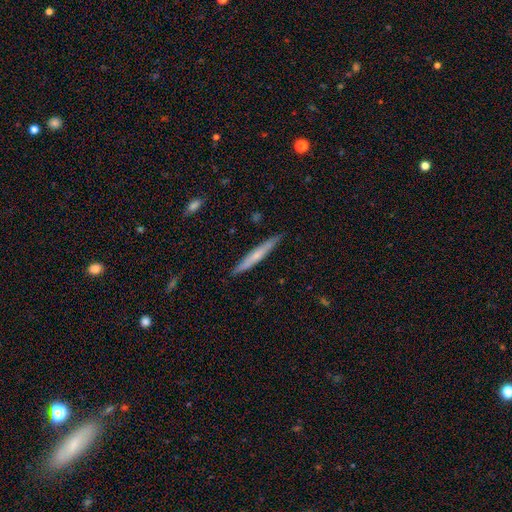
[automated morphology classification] A smooth galaxy with no disk features (51%) that is cigar-shaped (96%).

Vote fractions:
- Smooth or featured? smooth: 51% / featured or disk: 43% / star or artifact: 6%
- How rounded? cigar-shaped: 96% / in between: 3% / round: 1%
- Merging? none: 89% / minor disturbance: 8% / major disturbance: 1% / merger: 1%